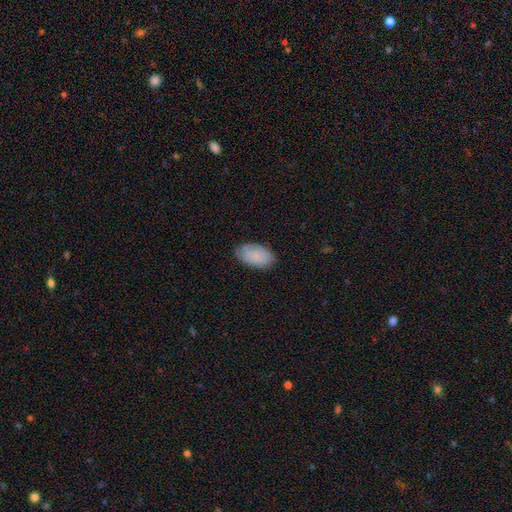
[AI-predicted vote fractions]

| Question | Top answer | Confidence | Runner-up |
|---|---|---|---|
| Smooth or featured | smooth | 82% | featured or disk (12%) |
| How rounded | in between | 95% | round (4%) |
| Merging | none | 80% | minor disturbance (16%) |